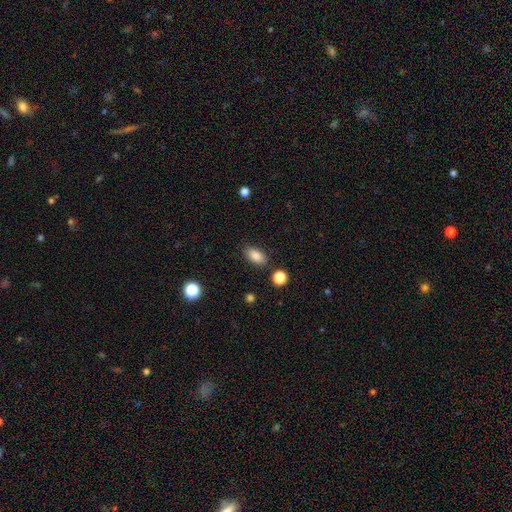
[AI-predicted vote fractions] Morphology: type=smooth (86%); roundness=in between (90%); merging=none (83%).